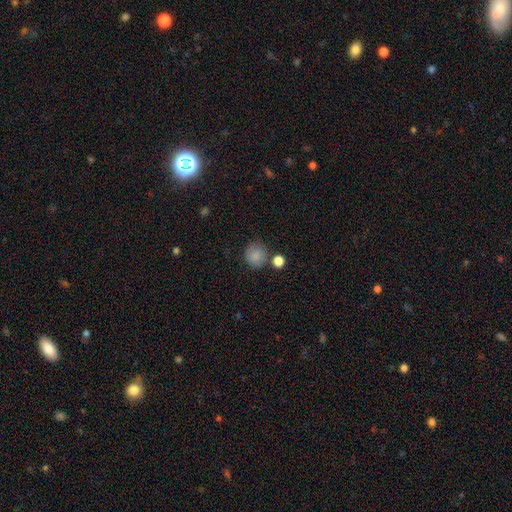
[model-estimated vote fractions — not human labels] A smooth galaxy with no disk features (86%) that is round (89%). Merging: none (74%).